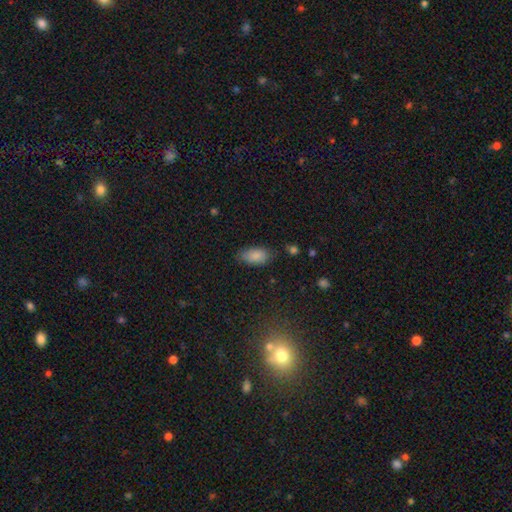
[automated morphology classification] This appears to be a smooth galaxy with no disk features (86%) that is in between round and cigar-shaped (93%). Merging: none (74%).